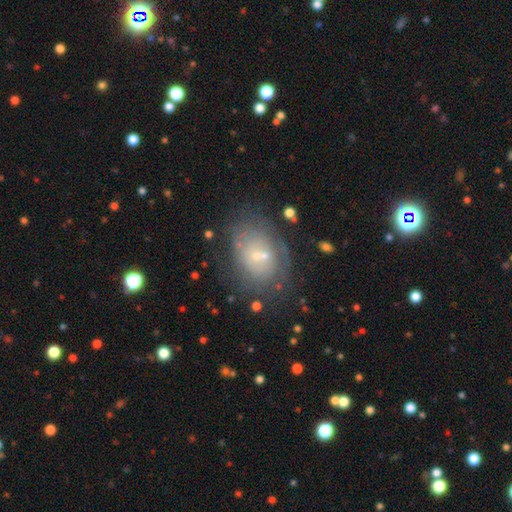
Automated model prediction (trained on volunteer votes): Q: Smooth or featured?
A: featured or disk (51%); runner-up: smooth (37%)
Q: Edge-on disk?
A: no (95%); runner-up: yes (5%)
Q: Merging?
A: none (55%); runner-up: minor disturbance (22%)